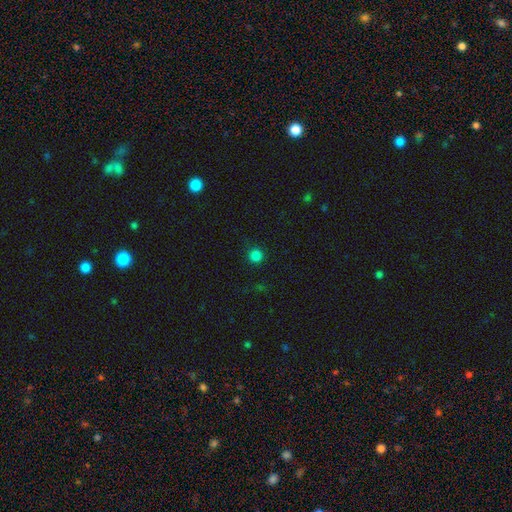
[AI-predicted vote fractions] smooth 82%, star or artifact 14%, featured or disk 3%. Down the decision tree: how rounded — round (96%); merging — none (91%).